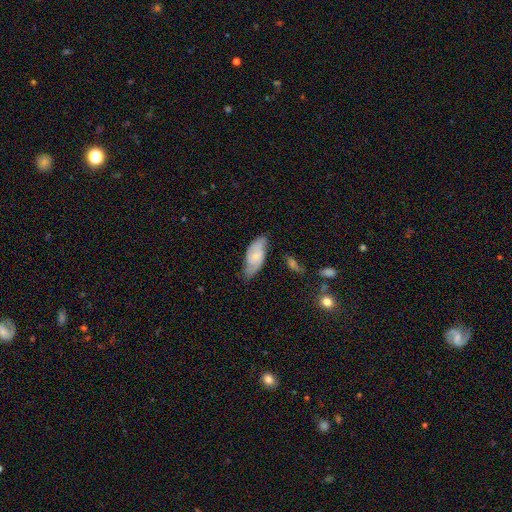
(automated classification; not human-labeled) This appears to be a featured or disk galaxy (50%). Merging: none (59%).